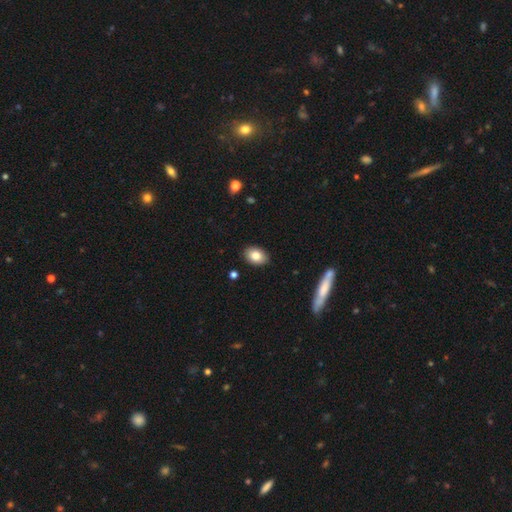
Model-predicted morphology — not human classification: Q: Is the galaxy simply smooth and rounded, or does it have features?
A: smooth — 82%.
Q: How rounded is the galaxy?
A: in between — 83%.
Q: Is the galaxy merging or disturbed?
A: none — 88%.